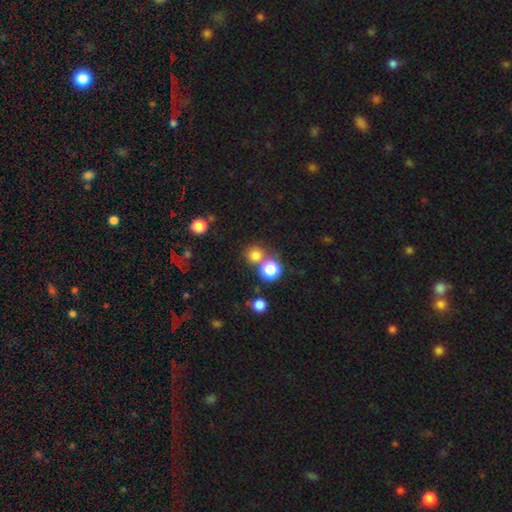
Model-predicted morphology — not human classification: Overall: smooth (75%). How rounded: round (91%). Merging: none (66%).